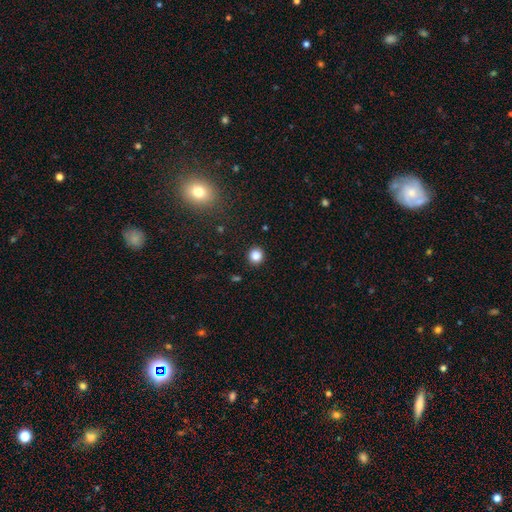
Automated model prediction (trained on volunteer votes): Smooth or featured? smooth (84%)
How rounded? round (92%)
Merging? none (92%)